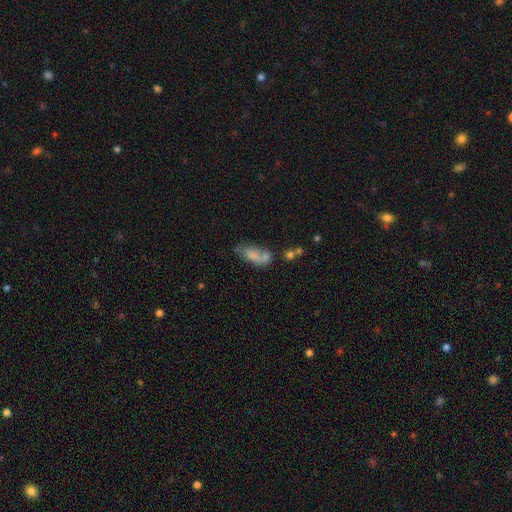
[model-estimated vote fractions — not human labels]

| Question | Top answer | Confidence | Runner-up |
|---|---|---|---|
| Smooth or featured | smooth | 62% | featured or disk (27%) |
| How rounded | in between | 81% | cigar-shaped (14%) |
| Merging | none | 35% | merger (31%) |